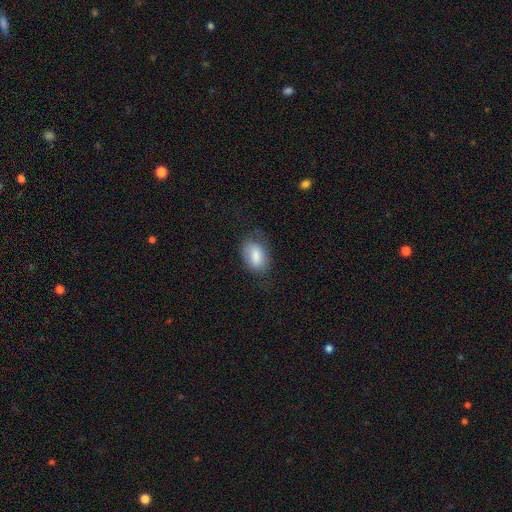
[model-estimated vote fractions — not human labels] smooth_or_featured: smooth (p=0.82) [alt: featured or disk p=0.11]
how_rounded: in between (p=0.86) [alt: round p=0.13]
merging: none (p=0.63) [alt: minor disturbance p=0.25]